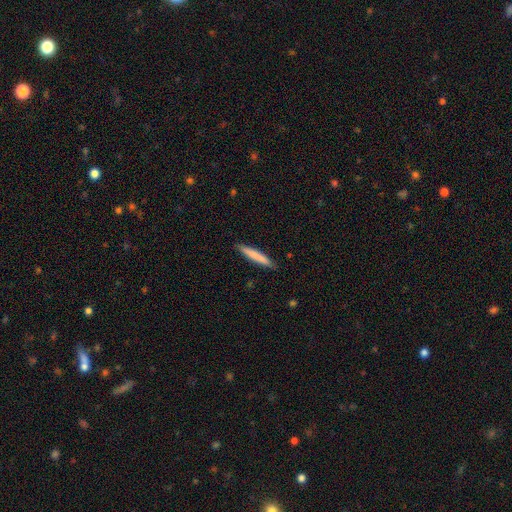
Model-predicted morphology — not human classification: Q: Smooth or featured?
A: smooth (77%); runner-up: featured or disk (18%)
Q: How rounded?
A: cigar-shaped (94%); runner-up: in between (5%)
Q: Merging?
A: none (89%); runner-up: minor disturbance (8%)